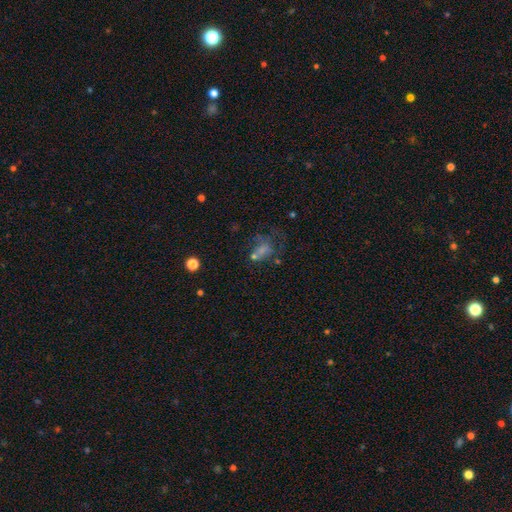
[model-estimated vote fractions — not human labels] A featured or disk galaxy (37%, tied with smooth).

Vote fractions:
- Smooth or featured? featured or disk: 37% (tied) / smooth: 37% (tied) / star or artifact: 27%
- Merging? major disturbance: 34% / none: 31% / merger: 19% / minor disturbance: 16%